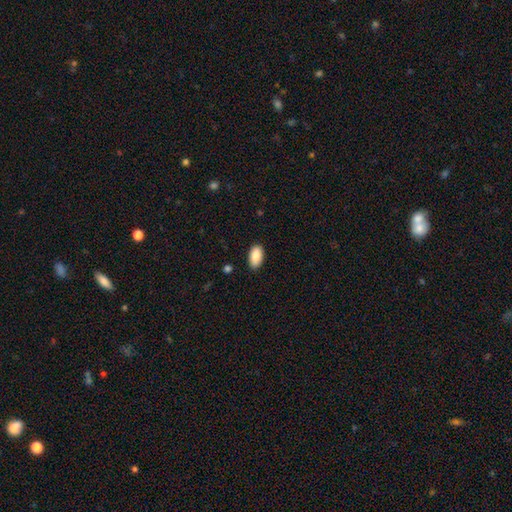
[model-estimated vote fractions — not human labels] A smooth galaxy with no disk features (88%) that is in between round and cigar-shaped (94%). Merging: none (86%).